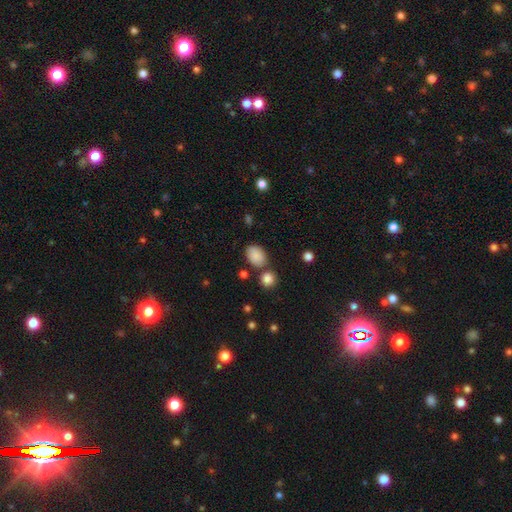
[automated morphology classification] A smooth galaxy with no disk features (87%) that is in between round and cigar-shaped (80%). Merging: none (74%).